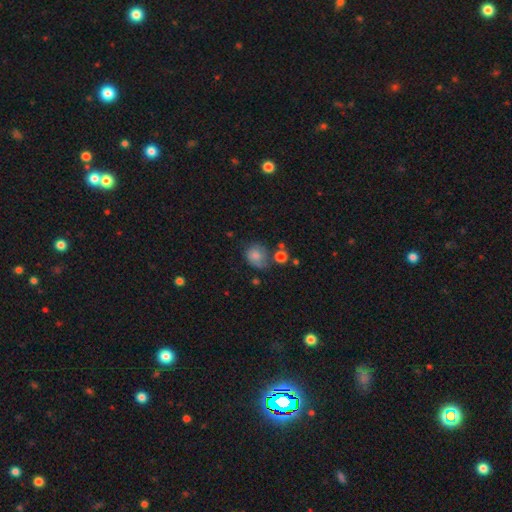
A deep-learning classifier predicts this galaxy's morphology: Overall: smooth (69%). How rounded: round (70%). Merging: none (50%; minor disturbance 28%).